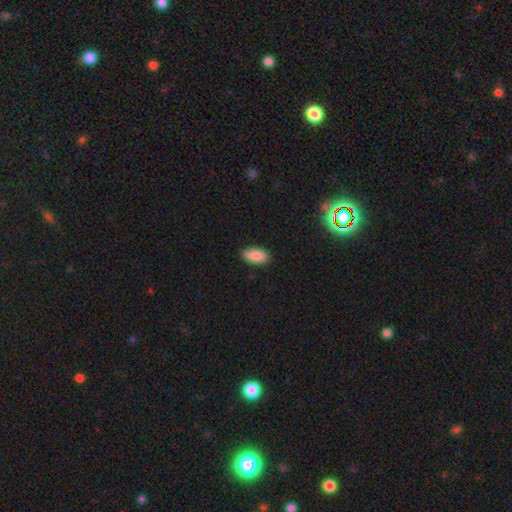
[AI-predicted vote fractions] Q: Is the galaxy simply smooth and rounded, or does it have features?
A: smooth — 88%.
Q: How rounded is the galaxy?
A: in between — 93%.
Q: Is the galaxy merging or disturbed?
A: none — 86%.